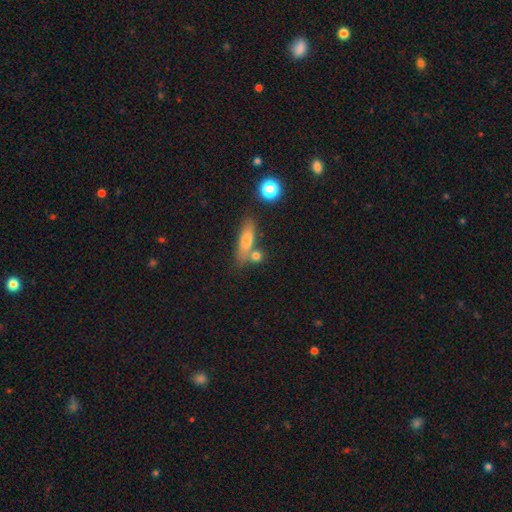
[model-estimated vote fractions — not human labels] Smooth or featured?
  - smooth: 73% *
  - featured or disk: 16%
  - star or artifact: 11%
How rounded?
  - in between: 40% *
  - cigar-shaped: 31%
  - round: 29%
Merging?
  - none: 61% *
  - merger: 21%
  - minor disturbance: 13%
  - major disturbance: 5%